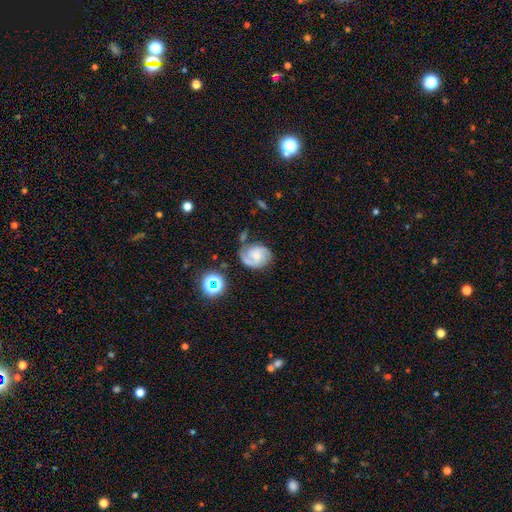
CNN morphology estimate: Smooth or featured? Predicted: featured or disk (p=0.75). Edge-on disk? Predicted: no (p=0.98). Bar? Predicted: no (p=0.57). Spiral arms? Predicted: yes (p=0.96). Spiral winding? Predicted: medium (p=0.46). Spiral arm count? Predicted: 2 (p=0.75). Bulge size? Predicted: small (p=0.49). Merging? Predicted: none (p=0.63).